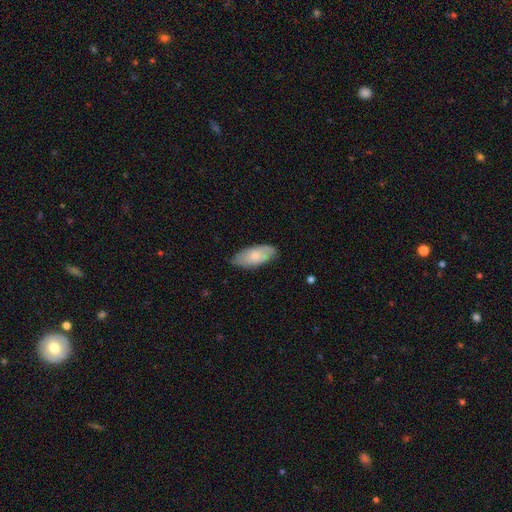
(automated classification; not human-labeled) This is likely a smooth galaxy (68%). How rounded: clearly in between (90%). Merging: likely none (74%).